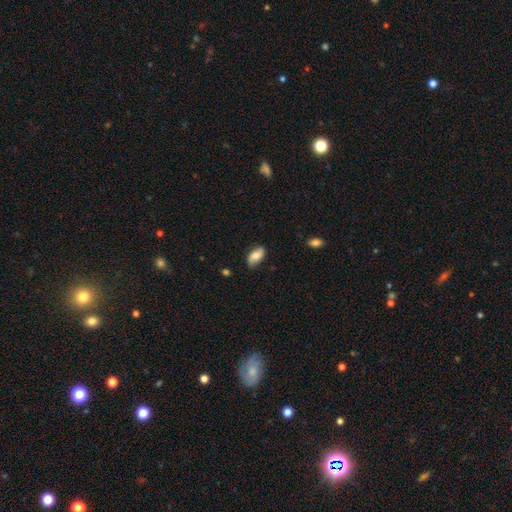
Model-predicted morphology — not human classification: The model was most divided on "smooth or featured": smooth: 59%, featured or disk: 34%, star or artifact: 8%. More confident: how rounded — in between (92%); merging — none (75%).